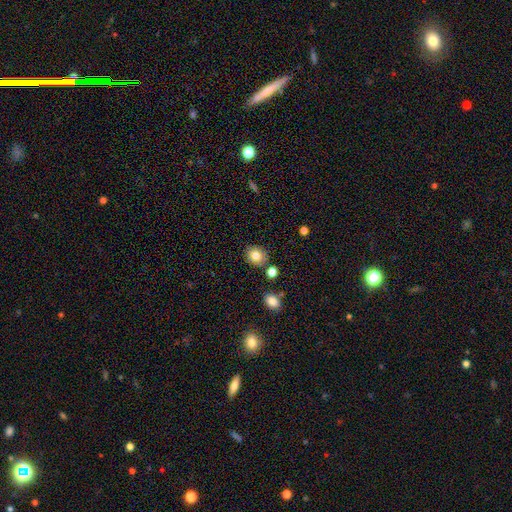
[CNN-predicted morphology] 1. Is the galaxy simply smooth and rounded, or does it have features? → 80% smooth, 10% star or artifact, 9% featured or disk.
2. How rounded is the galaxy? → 73% round, 26% in between, 1% cigar-shaped.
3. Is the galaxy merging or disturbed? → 82% none, 10% minor disturbance, 6% merger, 3% major disturbance.